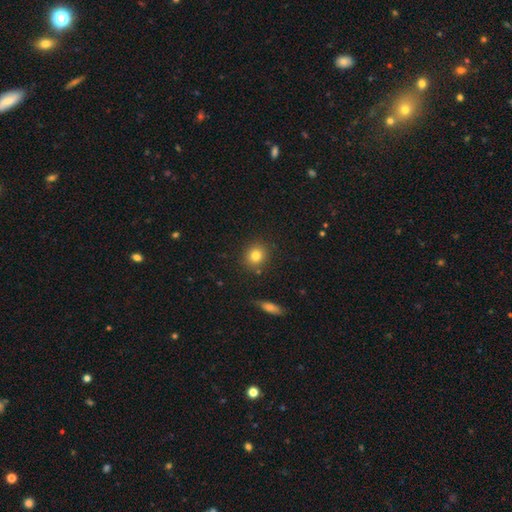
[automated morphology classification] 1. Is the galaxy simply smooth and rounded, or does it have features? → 82% smooth, 10% star or artifact, 8% featured or disk.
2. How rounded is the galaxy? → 81% round, 17% in between, 1% cigar-shaped.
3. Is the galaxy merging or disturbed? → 86% none, 8% minor disturbance, 4% merger, 2% major disturbance.